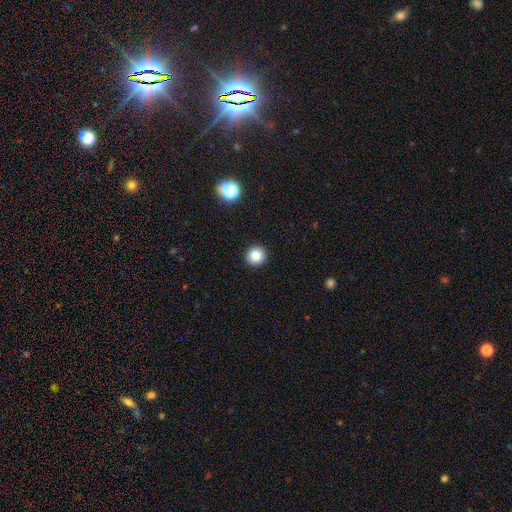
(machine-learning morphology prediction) smooth 83%, star or artifact 12%, featured or disk 6%. Down the decision tree: how rounded — round (94%); merging — none (93%).